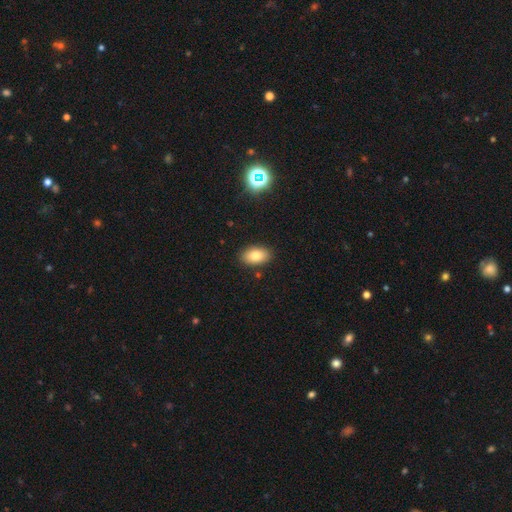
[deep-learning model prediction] Smooth or featured? smooth (79%)
How rounded? in between (91%)
Merging? none (88%)